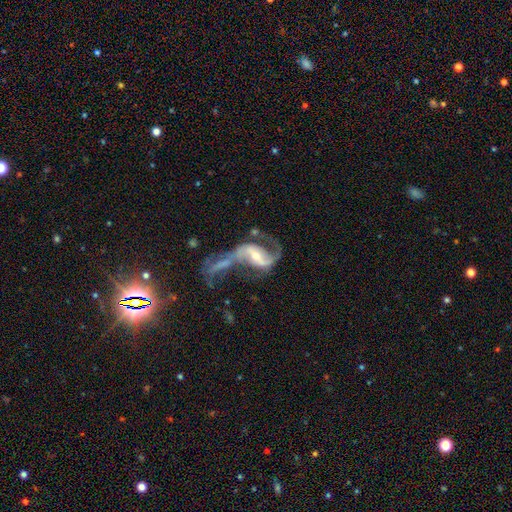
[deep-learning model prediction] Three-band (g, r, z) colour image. It shows a featured or disk galaxy (87%) with a strong bar (43%), 2 (84%) loose (55%) spiral arms (94%) and a small central bulge (48%). Merging: merger (42%).